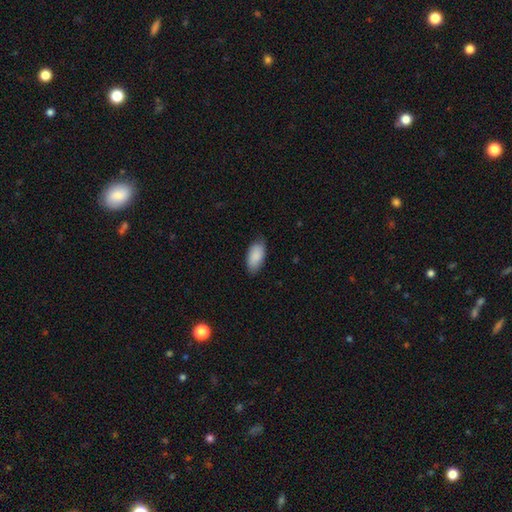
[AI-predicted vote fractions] Smooth or featured: smooth — 88% (featured or disk — 6%)
How rounded: in between — 94% (cigar-shaped — 4%)
Merging: none — 78% (minor disturbance — 18%)